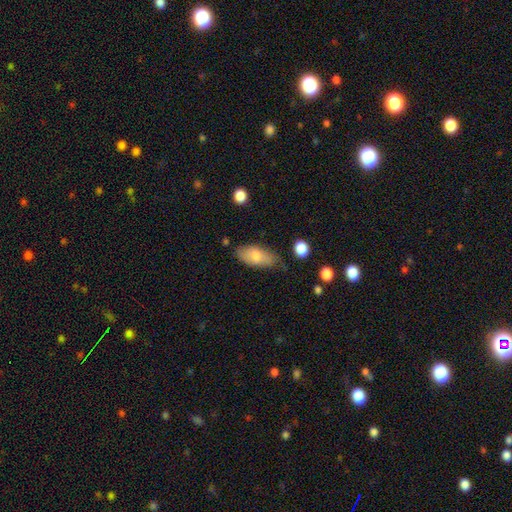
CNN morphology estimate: A smooth galaxy with no disk features (75%) that is in between round and cigar-shaped (87%). Merging: none (66%).